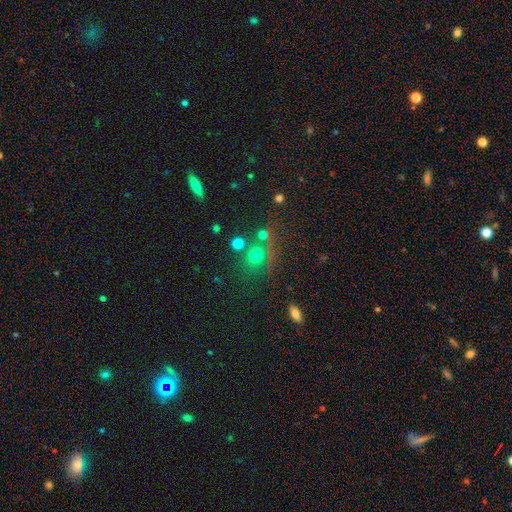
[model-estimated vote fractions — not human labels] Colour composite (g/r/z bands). It shows a smooth galaxy with no disk features (65%) that is round (80%). Merging: none (66%).